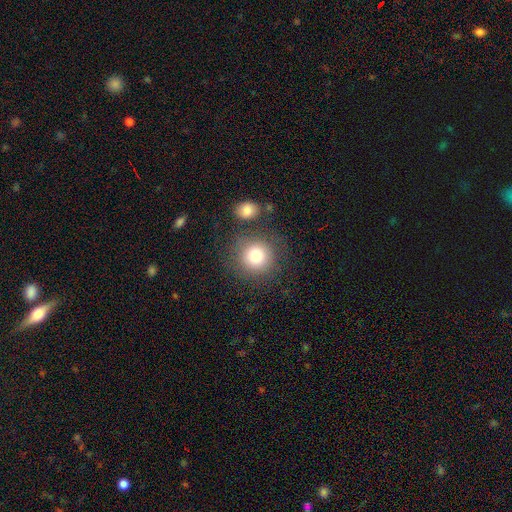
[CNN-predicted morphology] A smooth galaxy with no disk features (81%) that is round (91%).

Vote fractions:
- Smooth or featured? smooth: 81% / featured or disk: 10% / star or artifact: 10%
- How rounded? round: 91% / in between: 8% / cigar-shaped: 1%
- Merging? none: 75% / minor disturbance: 11% / merger: 8% / major disturbance: 5%